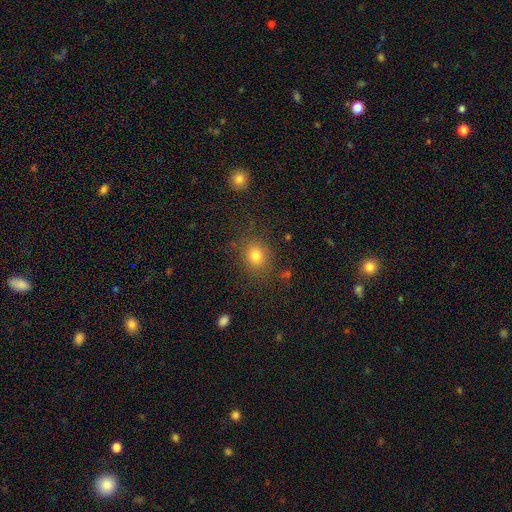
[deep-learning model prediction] A smooth galaxy with no disk features (78%) that is round (71%).

Vote fractions:
- Smooth or featured? smooth: 78% / star or artifact: 14% / featured or disk: 8%
- How rounded? round: 71% / in between: 28% / cigar-shaped: 1%
- Merging? none: 82% / minor disturbance: 12% / major disturbance: 4% / merger: 2%